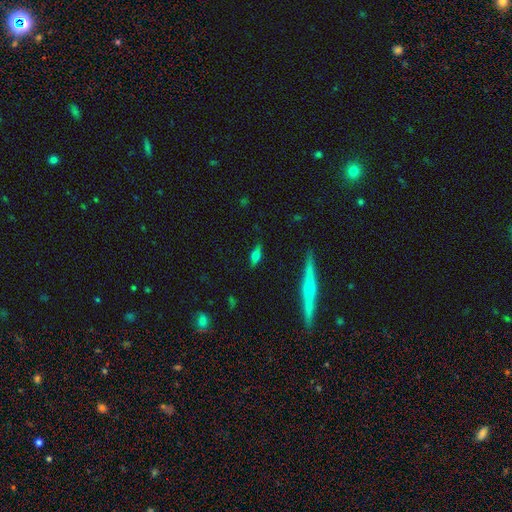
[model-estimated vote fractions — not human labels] Smooth or featured?
  - smooth: 55% *
  - featured or disk: 35%
  - star or artifact: 10%
How rounded?
  - in between: 62% *
  - cigar-shaped: 32%
  - round: 6%
Merging?
  - none: 83% *
  - minor disturbance: 13%
  - major disturbance: 3%
  - merger: 2%